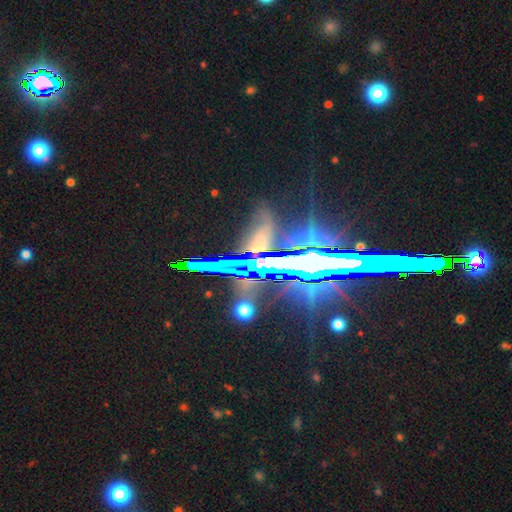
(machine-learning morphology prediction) A star or artifact, not a galaxy (63%).